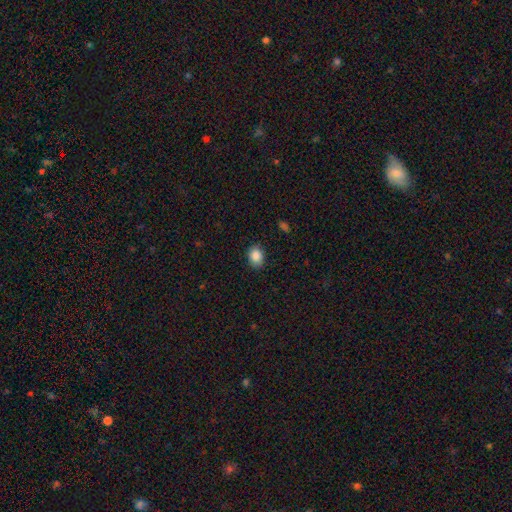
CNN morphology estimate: A smooth galaxy with no disk features (87%) that is in between round and cigar-shaped (60%).

Vote fractions:
- Smooth or featured? smooth: 87% / star or artifact: 9% / featured or disk: 4%
- How rounded? in between: 60% / round: 39% / cigar-shaped: 1%
- Merging? none: 85% / minor disturbance: 12% / major disturbance: 3% / merger: 1%